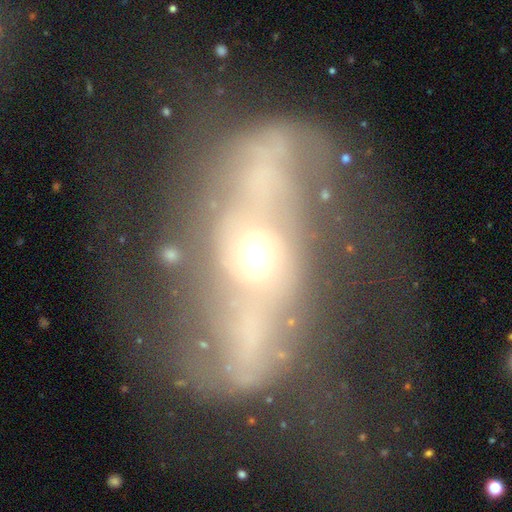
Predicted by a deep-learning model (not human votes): Smooth or featured?
  - featured or disk: 86% *
  - smooth: 7%
  - star or artifact: 7%
Edge-on disk?
  - no: 91% *
  - yes: 9%
Bar?
  - strong: 52% *
  - no: 27%
  - weak: 21%
Spiral arms?
  - yes: 87% *
  - no: 13%
Spiral winding?
  - loose: 46% *
  - medium: 38%
  - tight: 16%
Spiral arm count?
  - 2: 86% *
  - can't tell: 7%
  - 3: 2%
  - 1: 2%
  - 4: 1%
  - more than 4: 1%
Bulge size?
  - small: 50% *
  - moderate: 43%
  - large: 4%
  - dominant: 2%
  - none: 1%
Merging?
  - none: 51% *
  - major disturbance: 28%
  - minor disturbance: 16%
  - merger: 5%